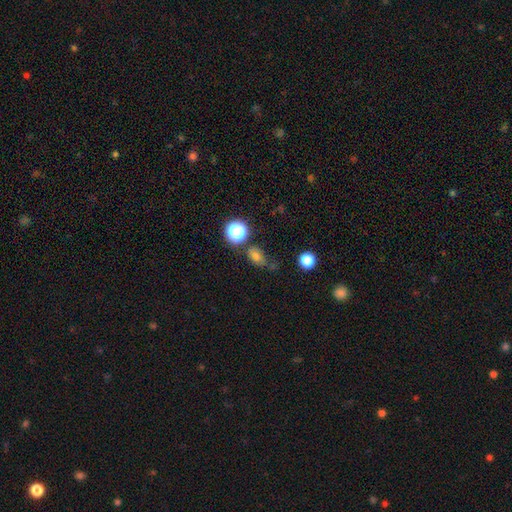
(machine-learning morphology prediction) Smooth or featured?
  - smooth: 73% *
  - star or artifact: 20%
  - featured or disk: 8%
How rounded?
  - in between: 64% *
  - round: 33%
  - cigar-shaped: 3%
Merging?
  - none: 53% *
  - minor disturbance: 25%
  - major disturbance: 12%
  - merger: 10%